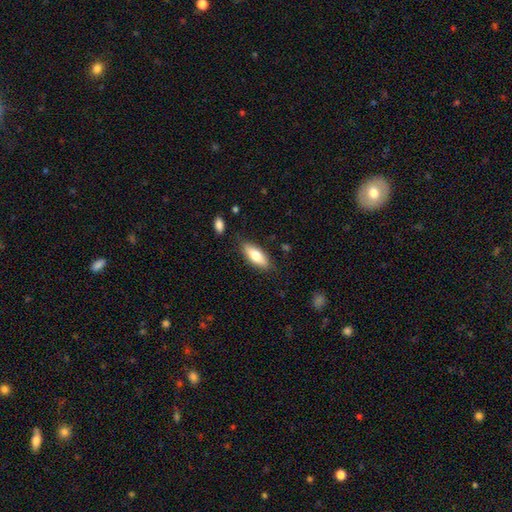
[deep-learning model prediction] This is likely a smooth galaxy (74%). How rounded: likely in between (69%). Merging: clearly none (82%).